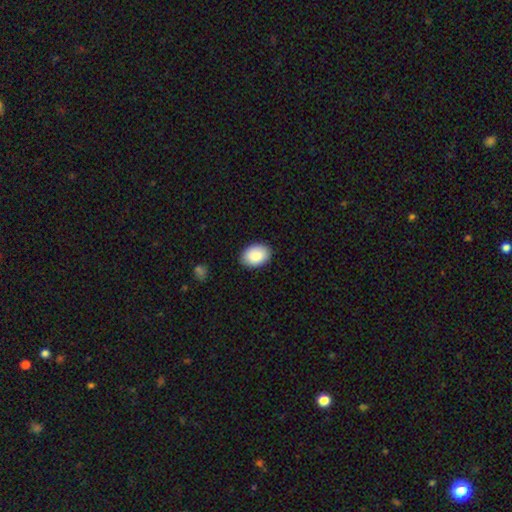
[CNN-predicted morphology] Smooth or featured? Predicted: smooth (p=0.89). How rounded? Predicted: in between (p=0.82). Merging? Predicted: none (p=0.88).